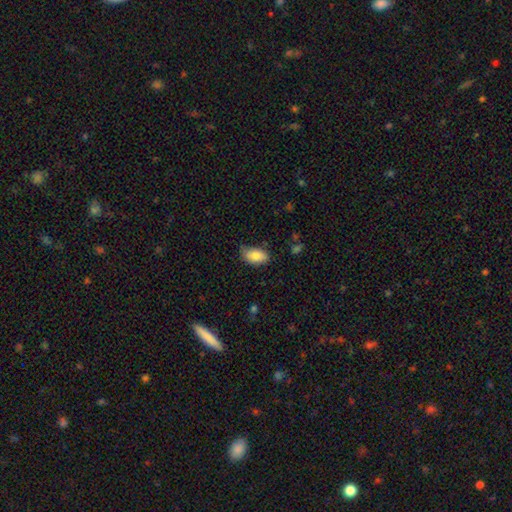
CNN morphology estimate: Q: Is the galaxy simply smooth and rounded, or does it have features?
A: smooth — 82%.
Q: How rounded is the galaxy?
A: in between — 93%.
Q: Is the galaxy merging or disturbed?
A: none — 70%.